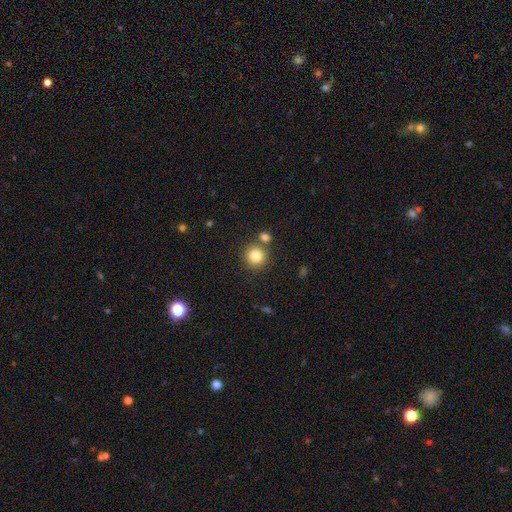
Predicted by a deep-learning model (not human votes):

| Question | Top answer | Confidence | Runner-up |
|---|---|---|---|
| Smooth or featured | smooth | 82% | star or artifact (11%) |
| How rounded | round | 93% | in between (6%) |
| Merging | none | 77% | merger (13%) |